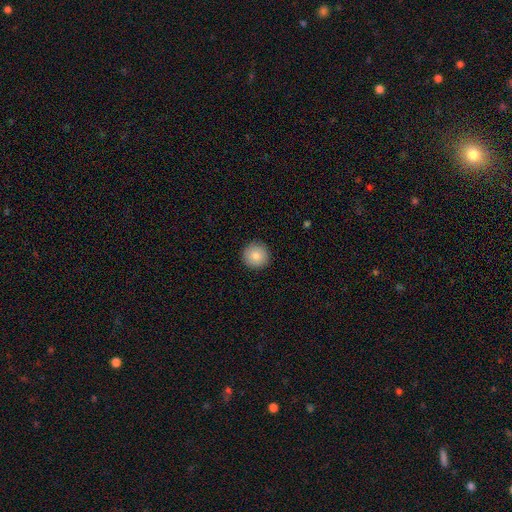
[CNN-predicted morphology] A smooth galaxy with no disk features (85%) that is round (96%).

Vote fractions:
- Smooth or featured? smooth: 85% / star or artifact: 8% / featured or disk: 7%
- How rounded? round: 96% / in between: 3% / cigar-shaped: 1%
- Merging? none: 92% / minor disturbance: 6% / major disturbance: 2% / merger: 1%